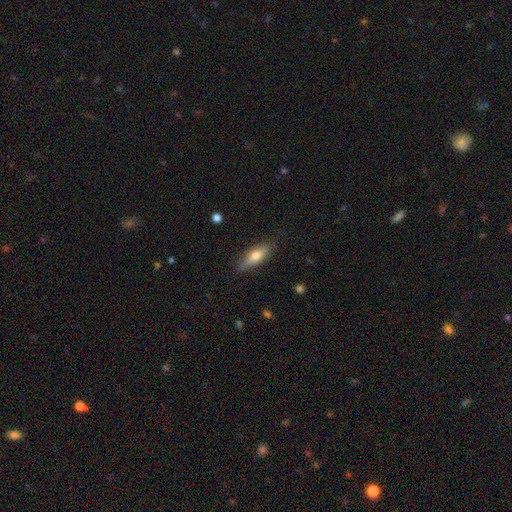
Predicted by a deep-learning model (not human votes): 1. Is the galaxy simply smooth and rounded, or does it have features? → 59% smooth, 34% featured or disk, 6% star or artifact.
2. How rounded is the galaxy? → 51% in between, 46% cigar-shaped, 3% round.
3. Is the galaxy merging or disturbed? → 81% none, 15% minor disturbance, 3% major disturbance, 1% merger.